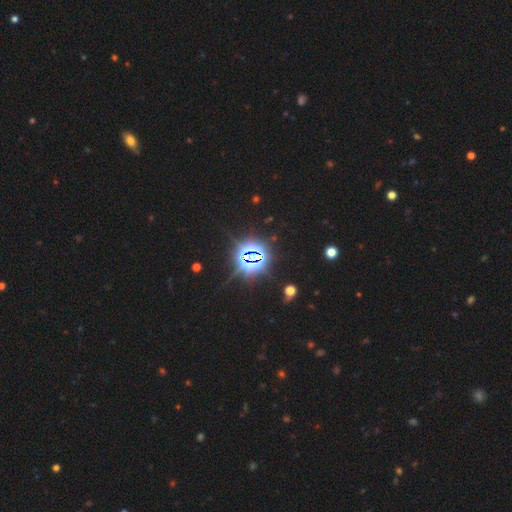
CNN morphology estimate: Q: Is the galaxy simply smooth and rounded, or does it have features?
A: star or artifact — 83%.